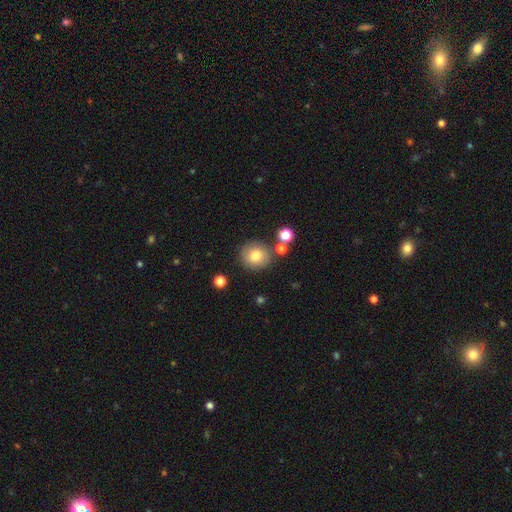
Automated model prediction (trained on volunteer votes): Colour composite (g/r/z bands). It shows a smooth galaxy with no disk features (78%) that is round (86%). Merging: none (77%).